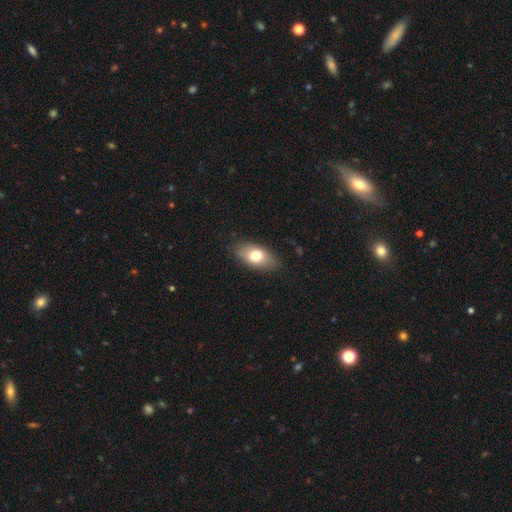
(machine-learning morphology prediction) type=smooth (74%); roundness=in between (89%); merging=none (83%).